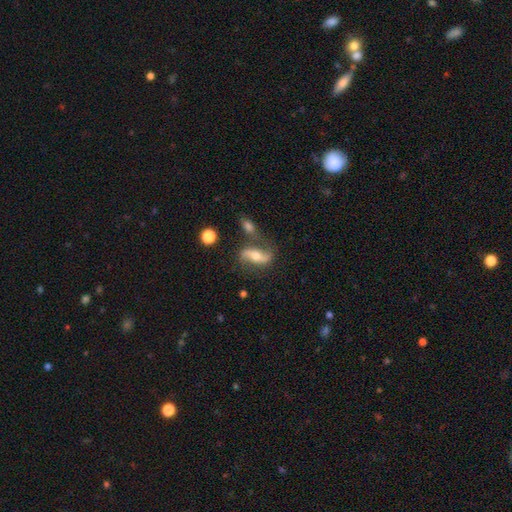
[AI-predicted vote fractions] This appears to be a featured or disk galaxy (70%) with no bar (41%), 2 (90%) loose (74%) spiral arms (89%) and a moderate central bulge (62%). Merging: none (58%).